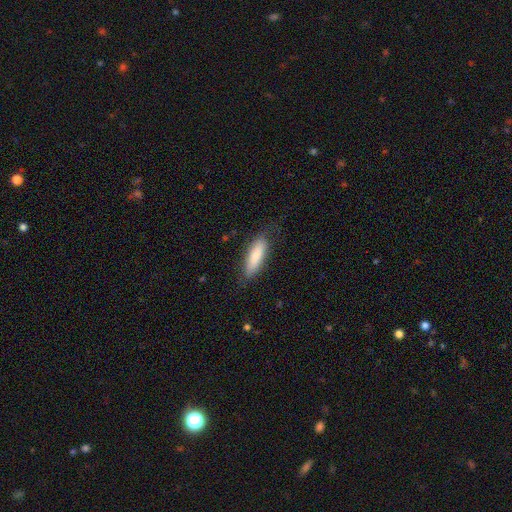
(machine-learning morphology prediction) A smooth galaxy with no disk features (80%) that is cigar-shaped (51%). Merging: none (78%).